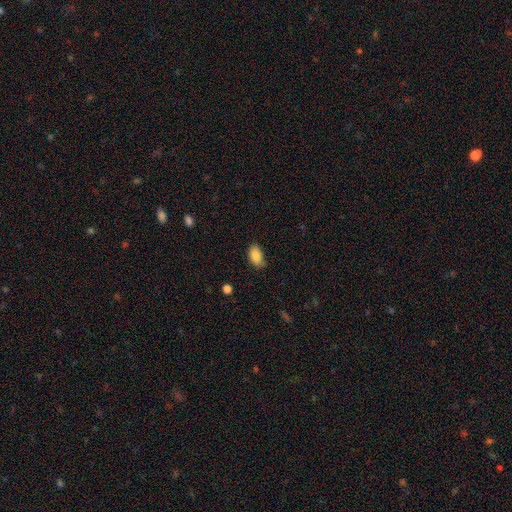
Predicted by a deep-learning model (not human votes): This is clearly a smooth galaxy (87%). How rounded: clearly in between (93%). Merging: likely none (75%).